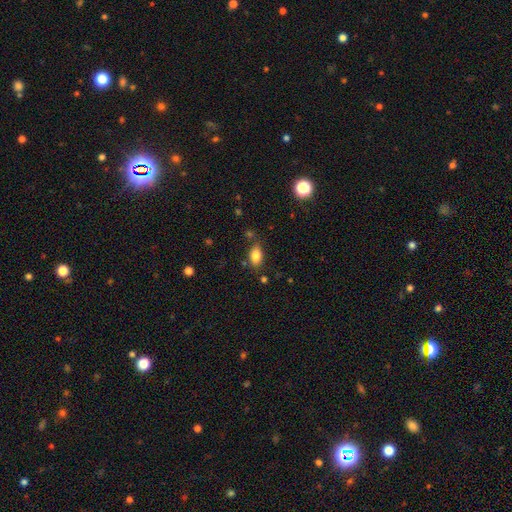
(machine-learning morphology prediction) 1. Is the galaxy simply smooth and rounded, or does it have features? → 83% smooth, 9% star or artifact, 8% featured or disk.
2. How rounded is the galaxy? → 88% in between, 9% round, 3% cigar-shaped.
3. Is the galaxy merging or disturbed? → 77% none, 14% minor disturbance, 5% merger, 4% major disturbance.